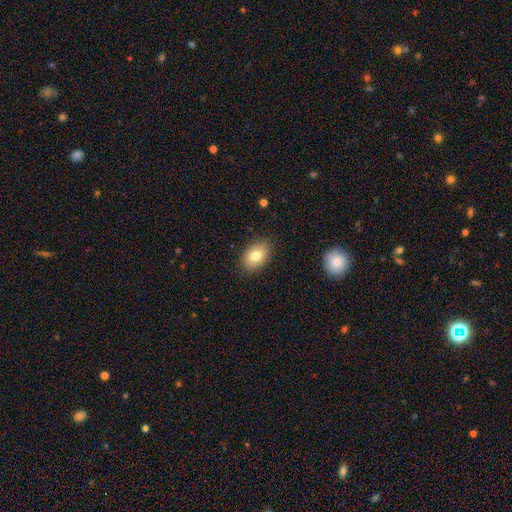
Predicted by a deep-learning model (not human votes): Smooth or featured?
  - smooth: 79% *
  - featured or disk: 13%
  - star or artifact: 8%
How rounded?
  - in between: 86% *
  - round: 13%
  - cigar-shaped: 1%
Merging?
  - none: 87% *
  - minor disturbance: 10%
  - major disturbance: 2%
  - merger: 1%